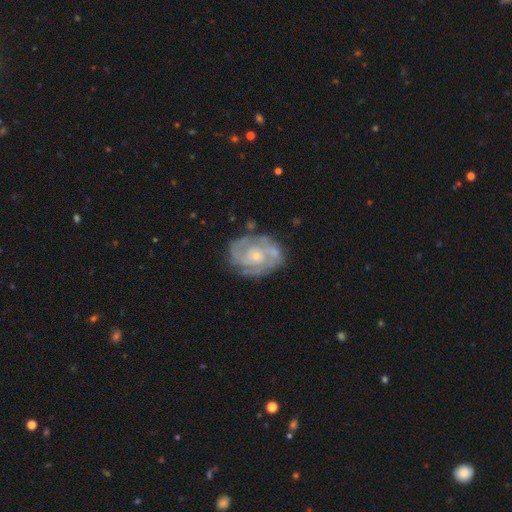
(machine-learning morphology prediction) smooth_or_featured: featured or disk (p=0.83) [alt: smooth p=0.12]
disk_edge_on: no (p=0.97) [alt: yes p=0.03]
bar: no (p=0.74) [alt: weak p=0.22]
has_spiral_arms: yes (p=0.90) [alt: no p=0.10]
spiral_winding: tight (p=0.62) [alt: medium p=0.31]
spiral_arm_count: 2 (p=0.35) [alt: can't tell p=0.29]
bulge_size: small (p=0.61) [alt: moderate p=0.33]
merging: none (p=0.69) [alt: minor disturbance p=0.19]